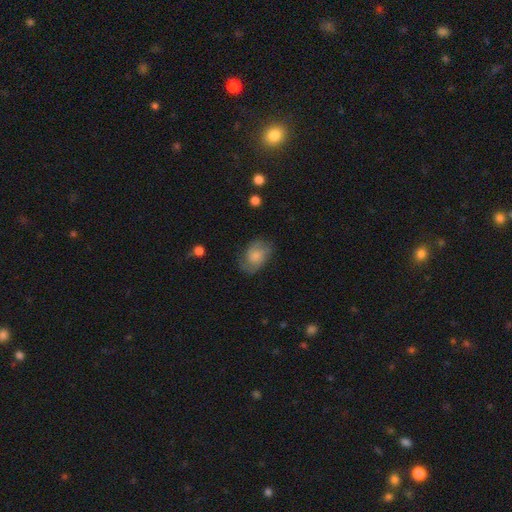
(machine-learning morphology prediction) Smooth or featured?
  - smooth: 51% *
  - featured or disk: 41%
  - star or artifact: 8%
How rounded?
  - in between: 78% *
  - round: 21%
  - cigar-shaped: 1%
Merging?
  - none: 66% *
  - minor disturbance: 23%
  - major disturbance: 10%
  - merger: 1%